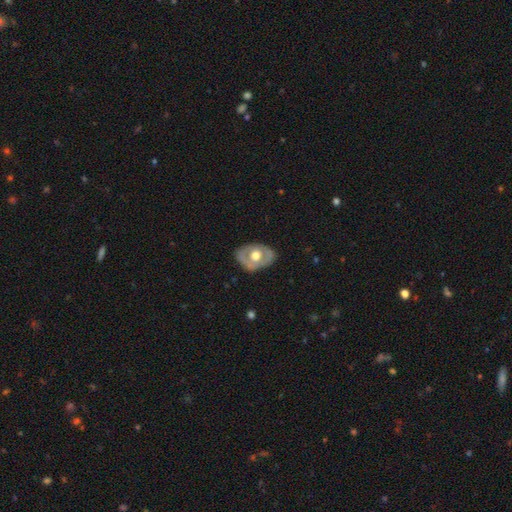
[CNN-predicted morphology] Overall: featured or disk (57%; smooth 38%). Edge-on disk: no (91%). Bar: no (87%). Spiral arms: no (83%). Bulge size: moderate (60%; large 34%). Merging: none (77%).